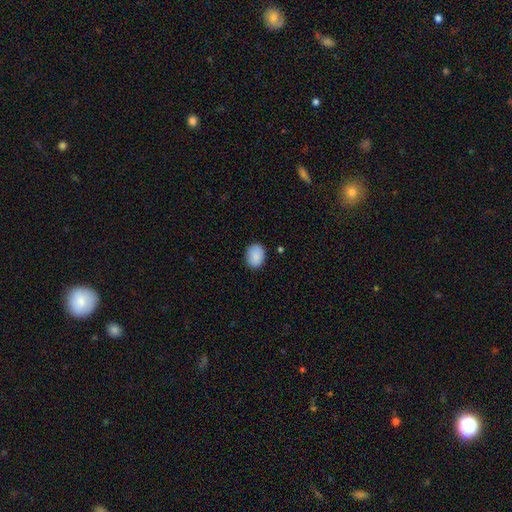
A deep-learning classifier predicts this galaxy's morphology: smooth_or_featured: smooth (p=0.90) [alt: star or artifact p=0.07]
how_rounded: in between (p=0.65) [alt: round p=0.34]
merging: none (p=0.85) [alt: minor disturbance p=0.12]